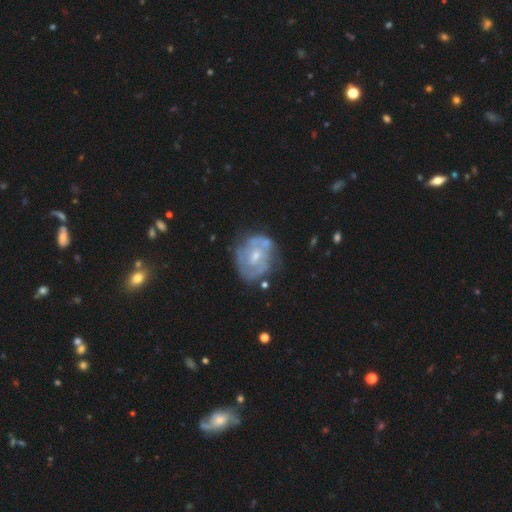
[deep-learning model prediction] Overall: featured or disk (74%). Edge-on disk: no (98%). Bar: no (50%; weak 42%). Spiral arms: yes (72%). Spiral arm count: 2 (43%; can't tell 36%). Spiral winding: tight (48%; medium 37%). Bulge size: small (52%; moderate 41%). Merging: none (57%; minor disturbance 24%).